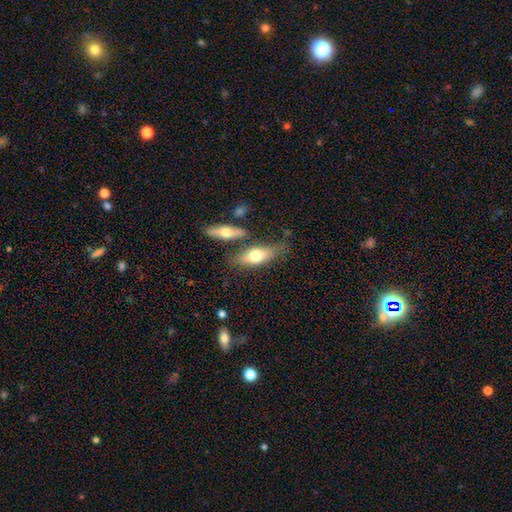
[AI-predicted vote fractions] Morphology: type=smooth (66%); roundness=in between (69%); merging=none (63%).